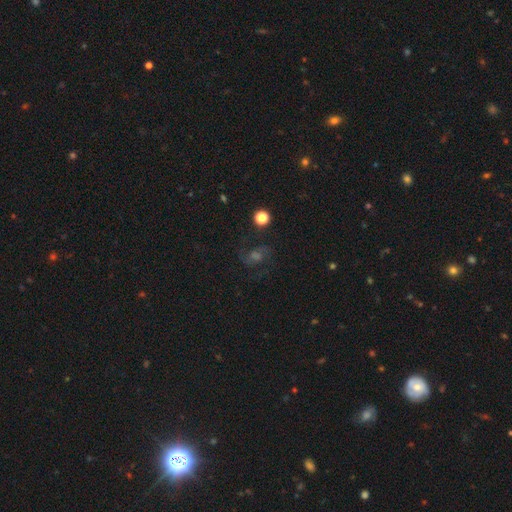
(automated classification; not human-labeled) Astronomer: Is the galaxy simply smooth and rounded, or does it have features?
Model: featured or disk — 59%.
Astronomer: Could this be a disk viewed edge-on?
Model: no — 97%.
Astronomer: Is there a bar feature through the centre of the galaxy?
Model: no — 48% (runner-up: weak, 41%).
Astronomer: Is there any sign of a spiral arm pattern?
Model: yes — 93%.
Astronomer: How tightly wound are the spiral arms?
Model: medium — 52% (runner-up: loose, 34%).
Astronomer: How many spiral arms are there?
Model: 2 — 87%.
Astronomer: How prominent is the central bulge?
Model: moderate — 41% (runner-up: small, 32%).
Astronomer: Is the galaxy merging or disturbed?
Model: none — 74%.